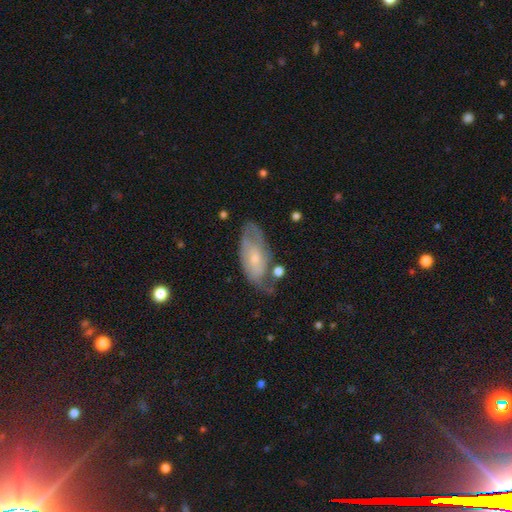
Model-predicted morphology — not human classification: Smooth or featured: featured or disk — 61% (smooth — 27%)
Edge-on disk: no — 88% (yes — 12%)
Bar: no — 73% (weak — 22%)
Spiral arms: yes — 74% (no — 26%)
Bulge size: small — 68% (moderate — 25%)
Merging: none — 63% (minor disturbance — 23%)